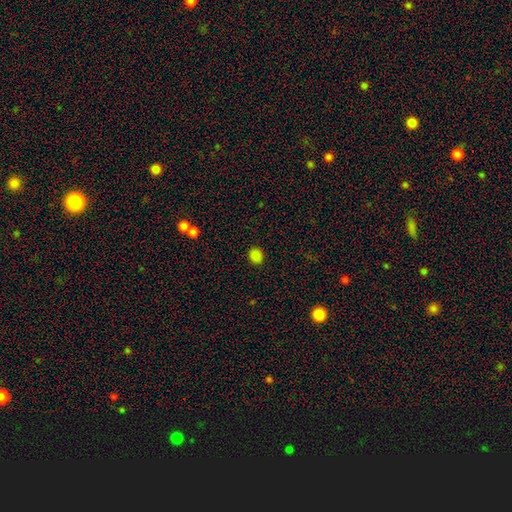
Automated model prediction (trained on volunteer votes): Smooth or featured? smooth (84%)
How rounded? round (70%)
Merging? none (89%)